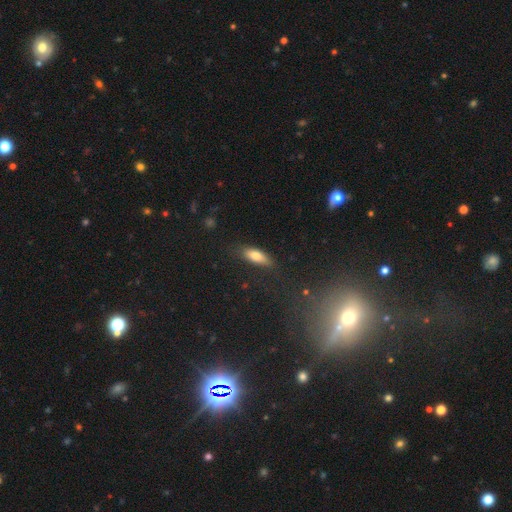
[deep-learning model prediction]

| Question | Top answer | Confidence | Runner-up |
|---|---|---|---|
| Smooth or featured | smooth | 79% | featured or disk (14%) |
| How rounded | in between | 67% | cigar-shaped (31%) |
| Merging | none | 75% | minor disturbance (18%) |